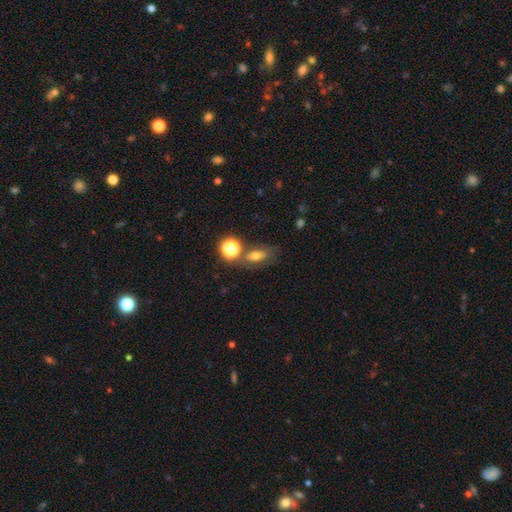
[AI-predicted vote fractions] Smooth or featured? smooth (61%)
How rounded? in between (70%)
Merging? none (60%)